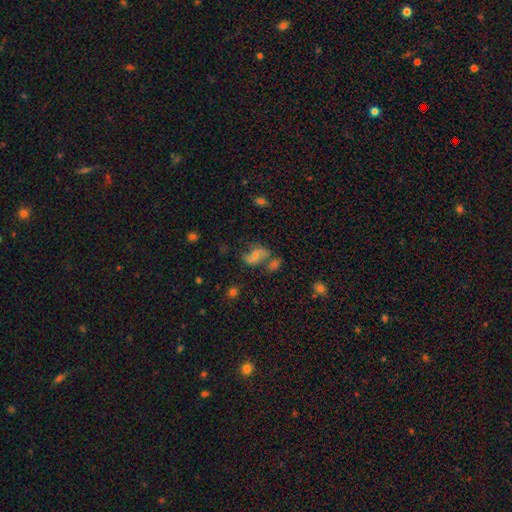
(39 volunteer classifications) featured or disk 64%, smooth 28%, star or artifact 8%. Down the decision tree: edge-on disk — no (96%); bar — no (79%); spiral arms — yes (92%); spiral arm count — 2 (91%); spiral winding — loose (59%); bulge size — small (42%); merging — none (50%).